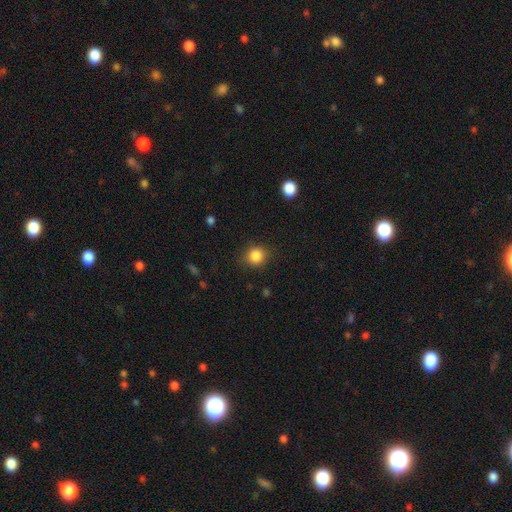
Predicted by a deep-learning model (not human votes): This is clearly a smooth galaxy (85%). How rounded: clearly round (82%). Merging: clearly none (83%).